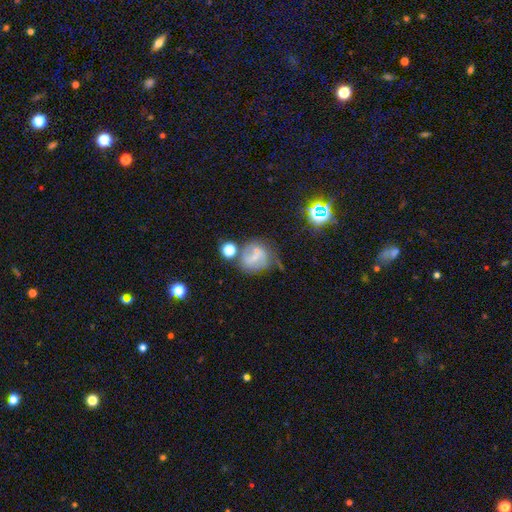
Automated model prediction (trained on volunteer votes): Smooth or featured?
  - smooth: 40% * (tied)
  - featured or disk: 40% * (tied)
  - star or artifact: 20%
Merging?
  - none: 45% *
  - minor disturbance: 22%
  - merger: 19%
  - major disturbance: 13%